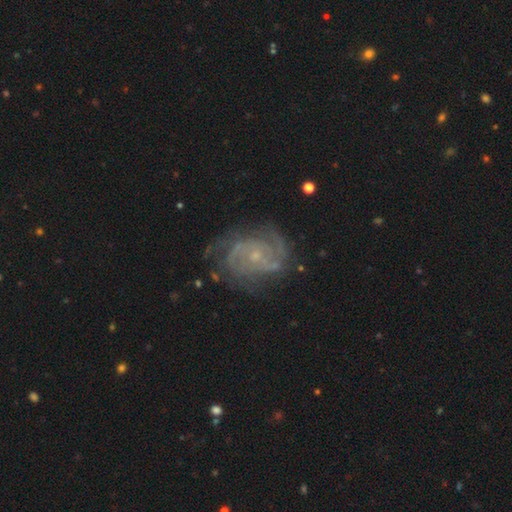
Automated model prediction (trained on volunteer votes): The model was most divided on "spiral arm count": 2: 33%, can't tell: 26%, 3: 19%, 4: 9%, more than 4: 7%, 1: 7%. Remaining: edge-on disk — no (98%); spiral arms — yes (95%); smooth or featured — featured or disk (82%); bulge size — small (79%); merging — none (73%); bar — no (69%); spiral winding — tight (48%).